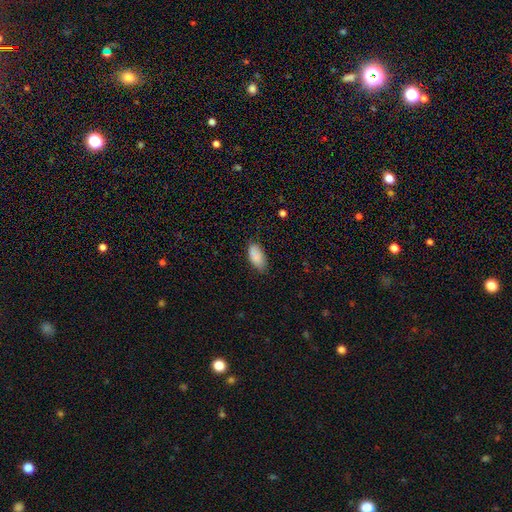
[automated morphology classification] Q: Smooth or featured?
A: smooth (88%); runner-up: star or artifact (7%)
Q: How rounded?
A: in between (92%); runner-up: cigar-shaped (6%)
Q: Merging?
A: none (75%); runner-up: minor disturbance (20%)